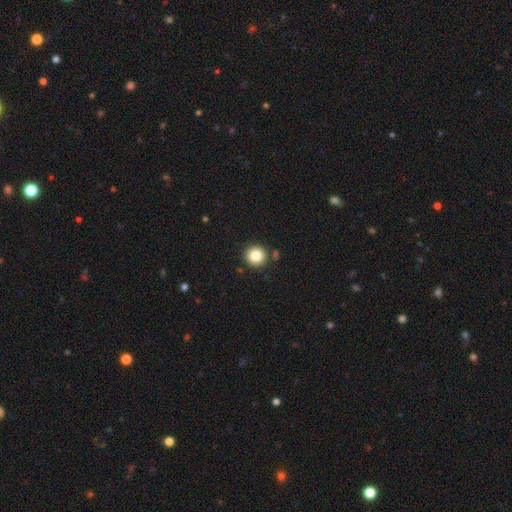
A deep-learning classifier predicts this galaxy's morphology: Q: Smooth or featured?
A: smooth (83%); runner-up: star or artifact (11%)
Q: How rounded?
A: round (95%); runner-up: in between (4%)
Q: Merging?
A: none (88%); runner-up: minor disturbance (6%)